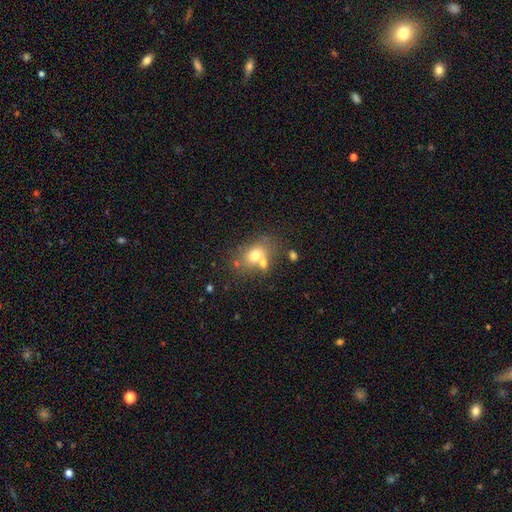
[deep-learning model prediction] Smooth or featured: smooth — 70% (featured or disk — 18%)
How rounded: in between — 58% (round — 41%)
Merging: none — 52% (merger — 29%)